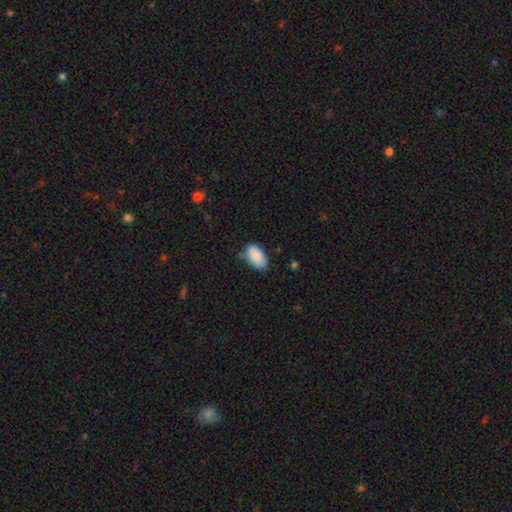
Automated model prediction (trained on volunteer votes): smooth-or-featured: smooth: 89% | star or artifact: 6% | featured or disk: 5%
  how-rounded: in between: 95% | round: 3% | cigar-shaped: 3%
  merging: none: 73% | minor disturbance: 21% | major disturbance: 4% | merger: 2%